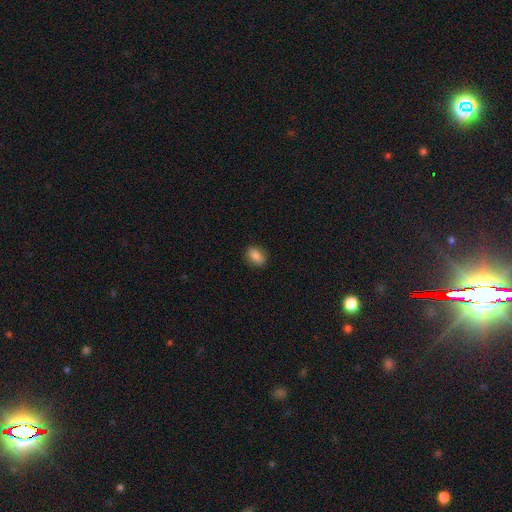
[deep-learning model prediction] Smooth or featured? Predicted: smooth (p=0.82). How rounded? Predicted: in between (p=0.74). Merging? Predicted: none (p=0.82).